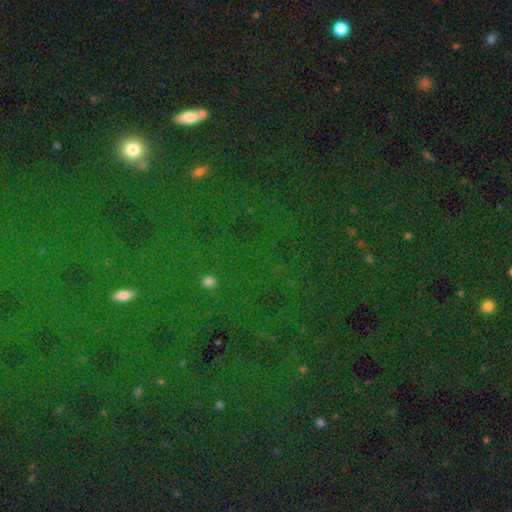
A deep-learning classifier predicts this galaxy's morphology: A star or artifact, not a galaxy (78%).